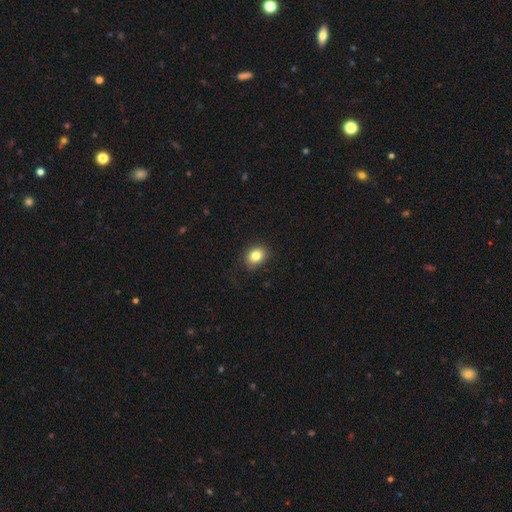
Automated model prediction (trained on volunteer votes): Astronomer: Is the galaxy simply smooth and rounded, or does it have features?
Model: smooth — 82%.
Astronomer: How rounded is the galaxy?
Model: in between — 50% (runner-up: round, 49%).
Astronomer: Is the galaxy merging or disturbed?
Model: none — 85%.